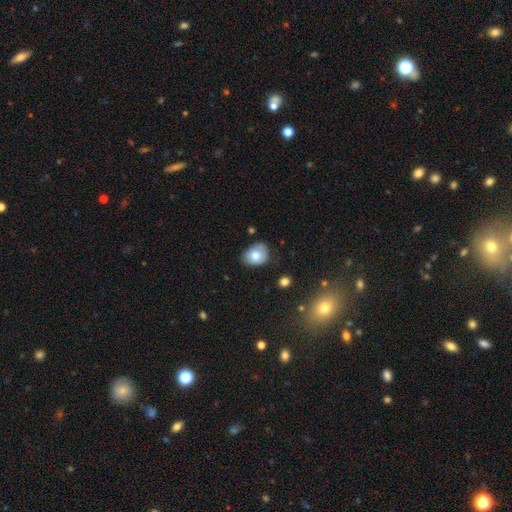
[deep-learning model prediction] A smooth galaxy with no disk features (76%) that is in between round and cigar-shaped (59%). Merging: none (65%).